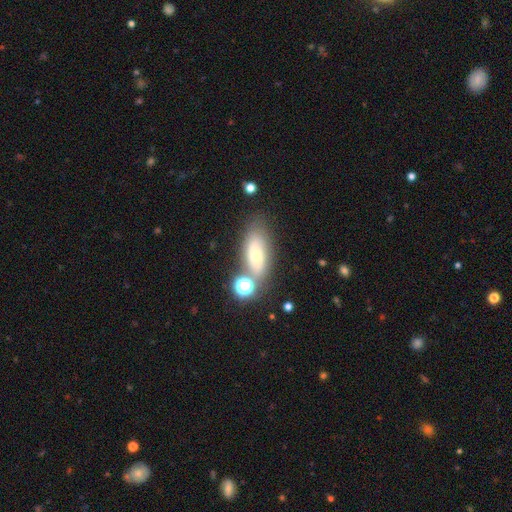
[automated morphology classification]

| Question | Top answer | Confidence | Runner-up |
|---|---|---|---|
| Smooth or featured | smooth | 52% | featured or disk (35%) |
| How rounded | in between | 77% | cigar-shaped (15%) |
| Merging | none | 60% | minor disturbance (18%) |